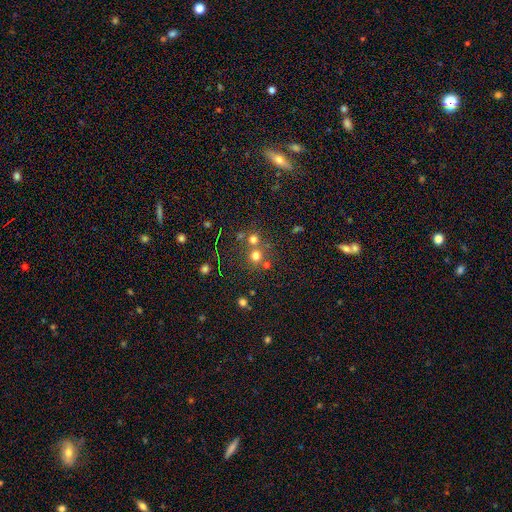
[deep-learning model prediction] Smooth or featured: smooth — 67% (star or artifact — 23%)
How rounded: round — 91% (in between — 8%)
Merging: none — 61% (merger — 29%)